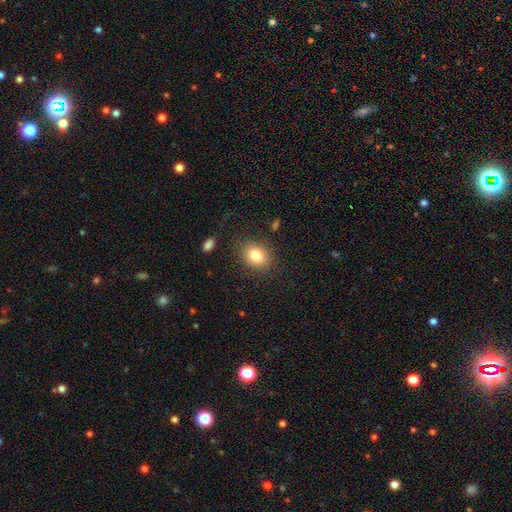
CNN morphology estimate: Smooth or featured: smooth — 81% (star or artifact — 10%)
How rounded: in between — 56% (round — 43%)
Merging: none — 84% (minor disturbance — 11%)